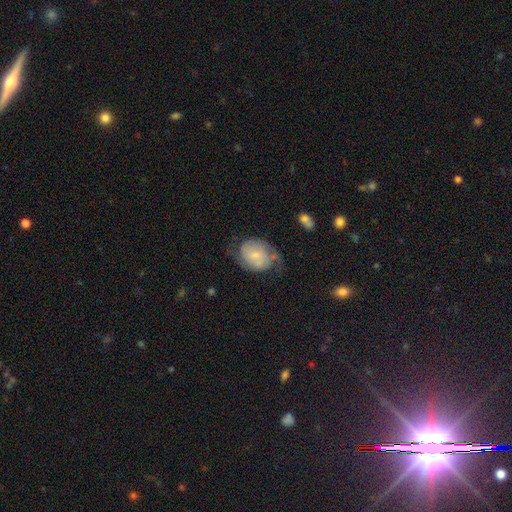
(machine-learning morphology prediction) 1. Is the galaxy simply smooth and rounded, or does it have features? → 57% featured or disk, 36% smooth, 8% star or artifact.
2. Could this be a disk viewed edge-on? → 97% no, 3% yes.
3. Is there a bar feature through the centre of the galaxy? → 63% no, 31% weak, 6% strong.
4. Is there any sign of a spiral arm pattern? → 85% yes, 15% no.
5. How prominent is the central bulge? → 59% small, 23% moderate, 12% none, 4% large, 2% dominant.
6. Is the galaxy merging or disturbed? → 52% none, 27% minor disturbance, 18% major disturbance, 2% merger.